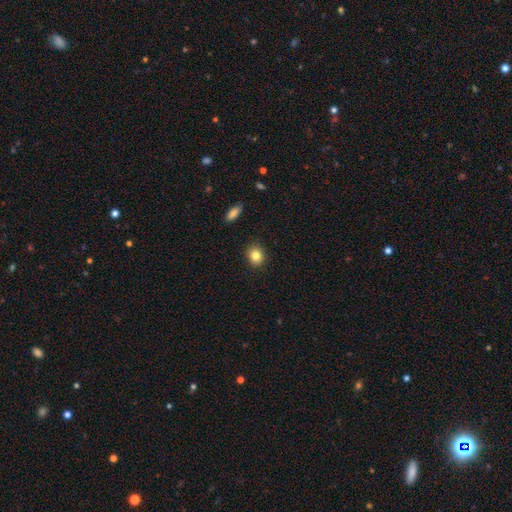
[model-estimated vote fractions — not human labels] smooth_or_featured: smooth (p=0.83) [alt: star or artifact p=0.10]
how_rounded: round (p=0.69) [alt: in between p=0.30]
merging: none (p=0.90) [alt: minor disturbance p=0.07]